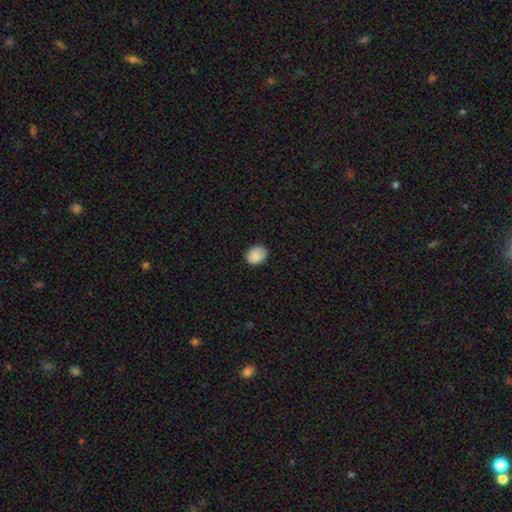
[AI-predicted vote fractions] A smooth galaxy with no disk features (89%) that is round (51%).

Vote fractions:
- Smooth or featured? smooth: 89% / star or artifact: 7% / featured or disk: 4%
- How rounded? round: 51% / in between: 49% / cigar-shaped: 1%
- Merging? none: 86% / minor disturbance: 11% / major disturbance: 2% / merger: 1%